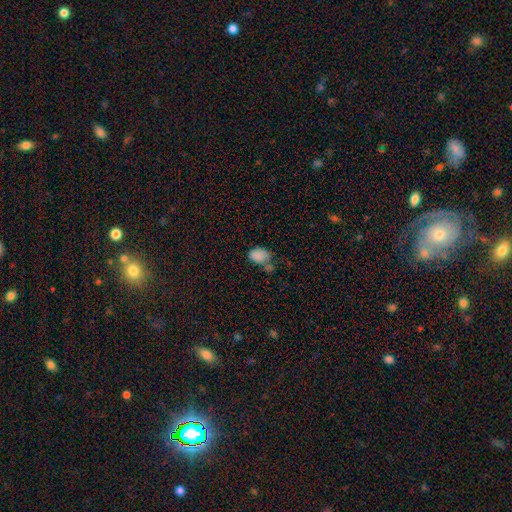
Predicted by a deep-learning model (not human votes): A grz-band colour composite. It shows a smooth galaxy with no disk features (83%) that is in between round and cigar-shaped (78%). Merging: none (38%).